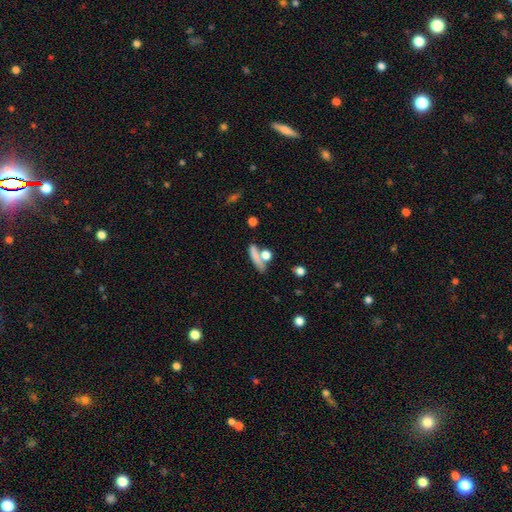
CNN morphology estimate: smooth_or_featured: smooth (p=0.73) [alt: featured or disk p=0.17]
how_rounded: cigar-shaped (p=0.60) [alt: in between p=0.24]
merging: none (p=0.55) [alt: merger p=0.23]